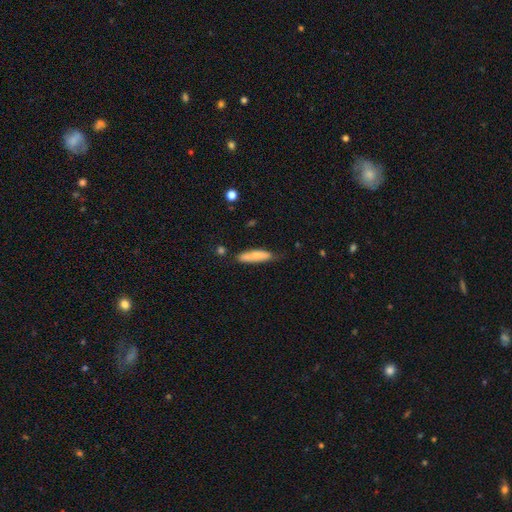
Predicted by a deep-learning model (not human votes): Q: Smooth or featured?
A: smooth (73%); runner-up: featured or disk (21%)
Q: How rounded?
A: cigar-shaped (70%); runner-up: in between (29%)
Q: Merging?
A: none (71%); runner-up: minor disturbance (21%)